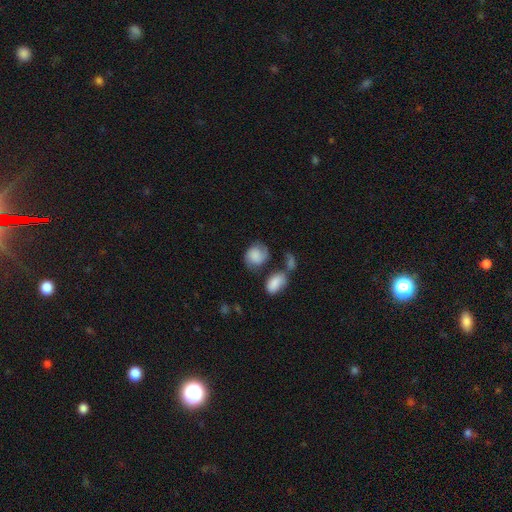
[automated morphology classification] Smooth or featured?
  - smooth: 64% *
  - featured or disk: 28%
  - star or artifact: 8%
How rounded?
  - round: 54% *
  - in between: 45%
  - cigar-shaped: 1%
Merging?
  - none: 46% *
  - minor disturbance: 25%
  - merger: 15%
  - major disturbance: 14%